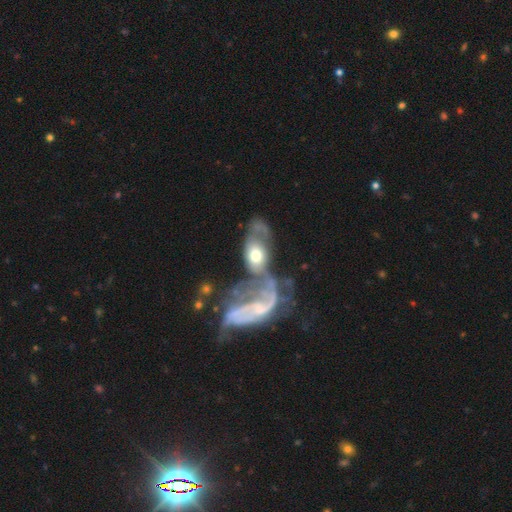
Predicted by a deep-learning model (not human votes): This is possibly a featured or disk galaxy (59%). It is clearly not viewed edge-on (91%). Bar: likely no (73%). Spiral arm pattern: likely yes (66%). Central bulge: possibly moderate (54%). Merging: possibly merger (54%).